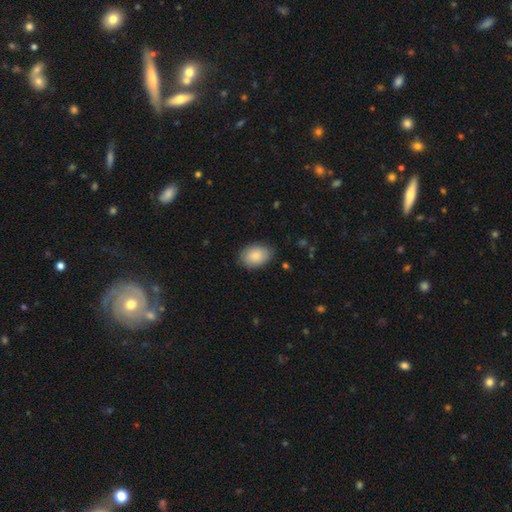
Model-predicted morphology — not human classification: Smooth or featured: smooth — 86% (featured or disk — 8%)
How rounded: in between — 83% (round — 16%)
Merging: none — 82% (minor disturbance — 14%)